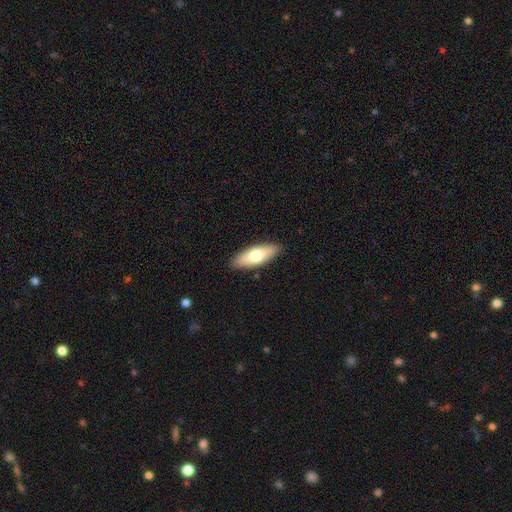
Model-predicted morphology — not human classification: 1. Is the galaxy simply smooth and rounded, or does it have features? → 70% smooth, 25% featured or disk, 5% star or artifact.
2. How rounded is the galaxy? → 63% in between, 35% cigar-shaped, 2% round.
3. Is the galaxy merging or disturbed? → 88% none, 9% minor disturbance, 2% major disturbance, 1% merger.